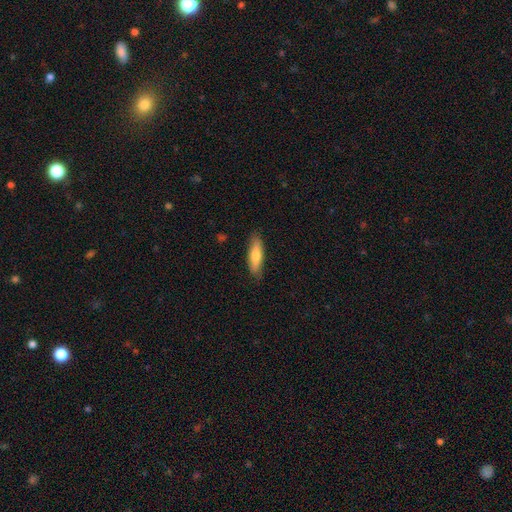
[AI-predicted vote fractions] smooth_or_featured: smooth (p=0.71) [alt: featured or disk p=0.24]
how_rounded: cigar-shaped (p=0.60) [alt: in between p=0.38]
merging: none (p=0.84) [alt: minor disturbance p=0.12]